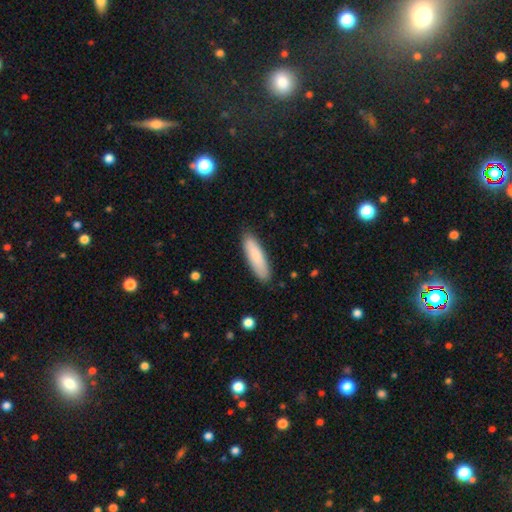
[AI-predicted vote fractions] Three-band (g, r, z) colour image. It shows a smooth galaxy with no disk features (84%) that is cigar-shaped (64%). Merging: none (87%).